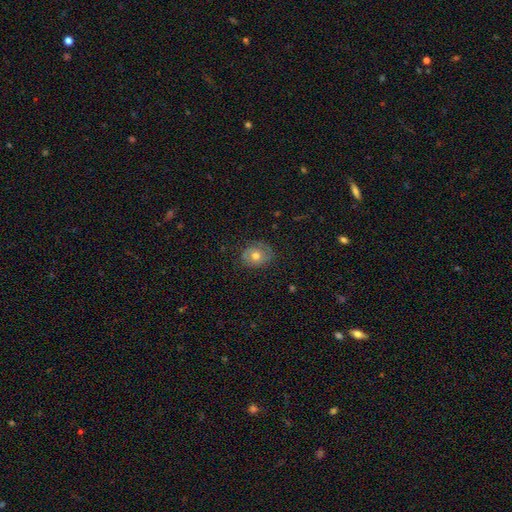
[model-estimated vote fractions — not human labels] This is possibly a featured or disk galaxy (48%). Merging: likely none (74%).